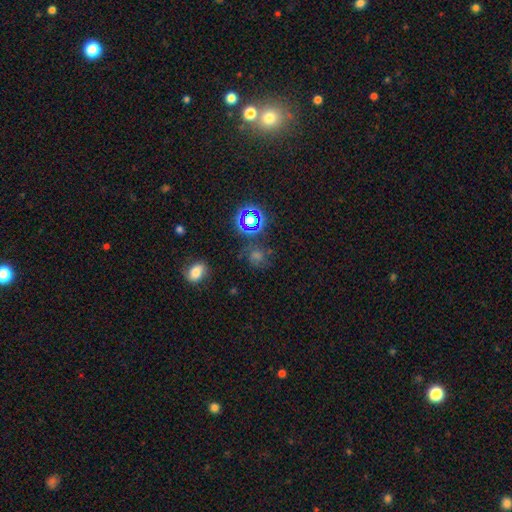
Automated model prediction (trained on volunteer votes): Smooth or featured: star or artifact — 57% (smooth — 29%)